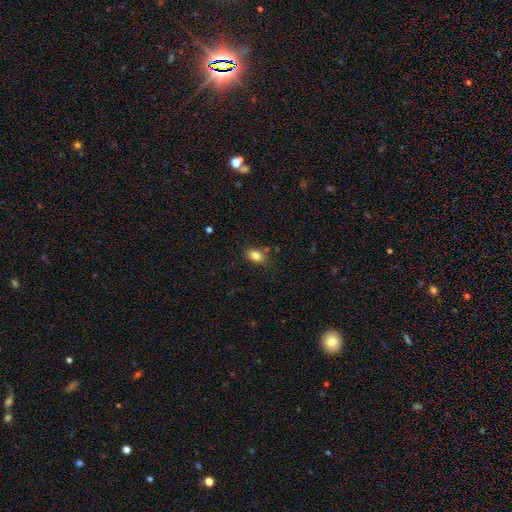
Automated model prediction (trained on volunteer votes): Q: Smooth or featured?
A: smooth (81%); runner-up: featured or disk (10%)
Q: How rounded?
A: in between (86%); runner-up: round (10%)
Q: Merging?
A: none (76%); runner-up: minor disturbance (16%)